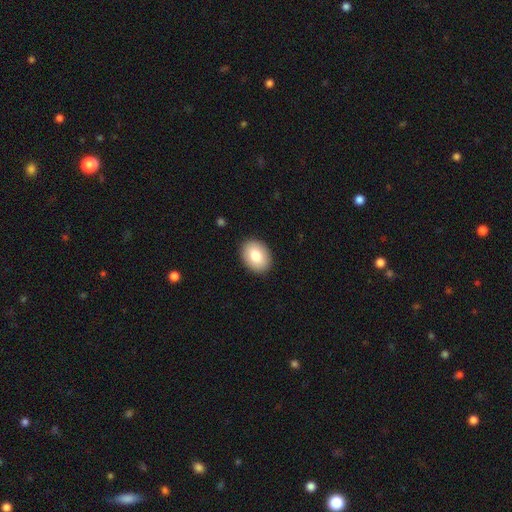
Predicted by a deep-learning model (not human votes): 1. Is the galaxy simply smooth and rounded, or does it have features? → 82% smooth, 11% featured or disk, 7% star or artifact.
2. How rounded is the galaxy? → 69% in between, 30% round, 1% cigar-shaped.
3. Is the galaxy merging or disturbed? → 90% none, 7% minor disturbance, 2% major disturbance, 1% merger.